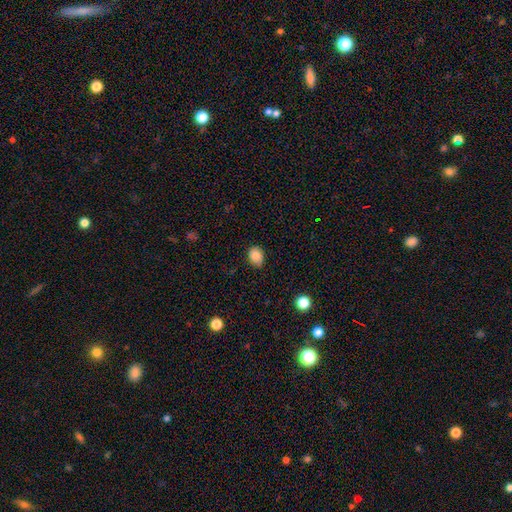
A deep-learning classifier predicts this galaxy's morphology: type=smooth (85%); roundness=in between (65%); merging=none (80%).